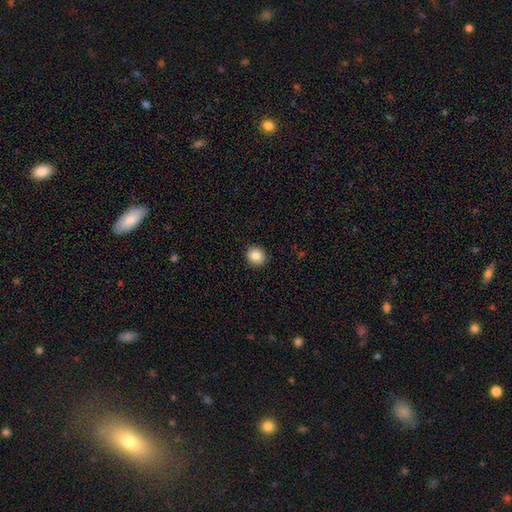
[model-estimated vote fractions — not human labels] smooth 86%, star or artifact 9%, featured or disk 5%. Down the decision tree: how rounded — round (83%); merging — none (91%).